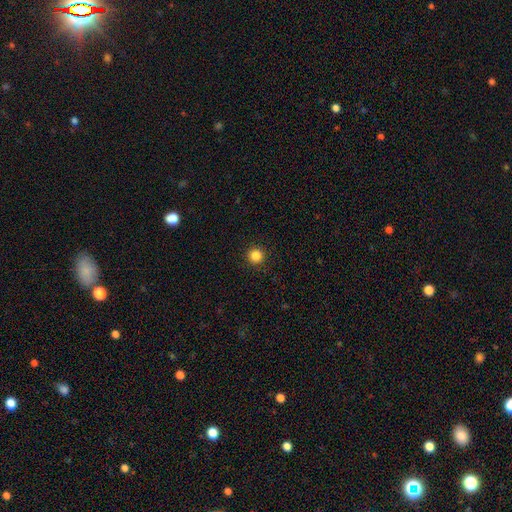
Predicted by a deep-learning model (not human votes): A smooth galaxy with no disk features (84%) that is round (95%). Merging: none (93%).